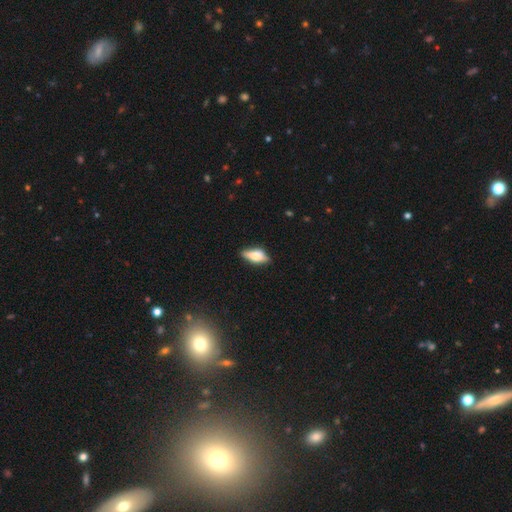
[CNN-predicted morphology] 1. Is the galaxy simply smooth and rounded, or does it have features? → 57% smooth, 35% featured or disk, 8% star or artifact.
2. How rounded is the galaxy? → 80% in between, 16% cigar-shaped, 4% round.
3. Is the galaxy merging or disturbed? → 74% none, 20% minor disturbance, 4% major disturbance, 2% merger.